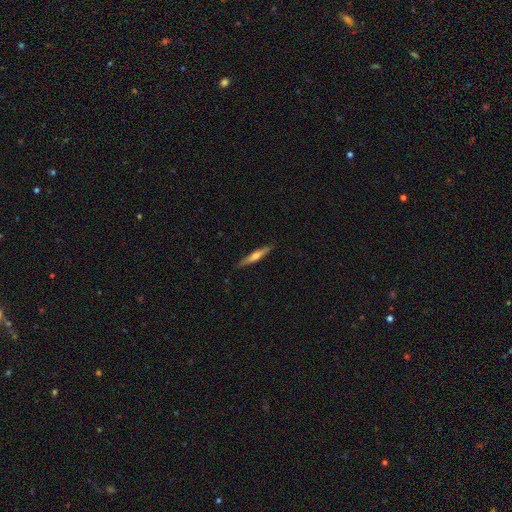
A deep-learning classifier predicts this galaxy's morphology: The model was most divided on "smooth or featured": featured or disk: 53%, smooth: 41%, star or artifact: 6%. More confident: edge-on disk — yes (96%); merging — none (87%); edge-on bulge — rounded (78%).